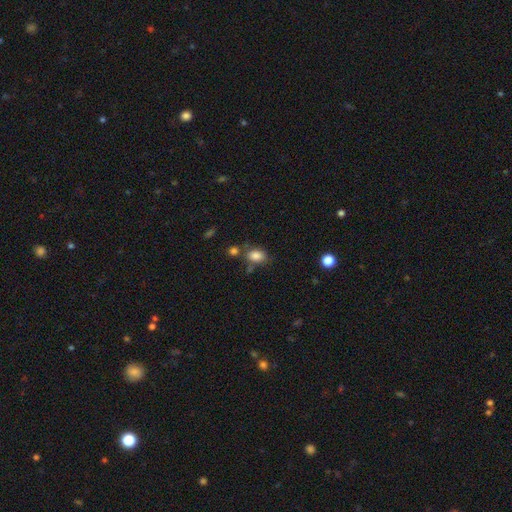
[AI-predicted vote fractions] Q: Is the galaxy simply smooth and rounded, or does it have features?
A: smooth — 83%.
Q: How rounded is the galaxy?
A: in between — 79%.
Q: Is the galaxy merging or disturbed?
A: none — 63%.